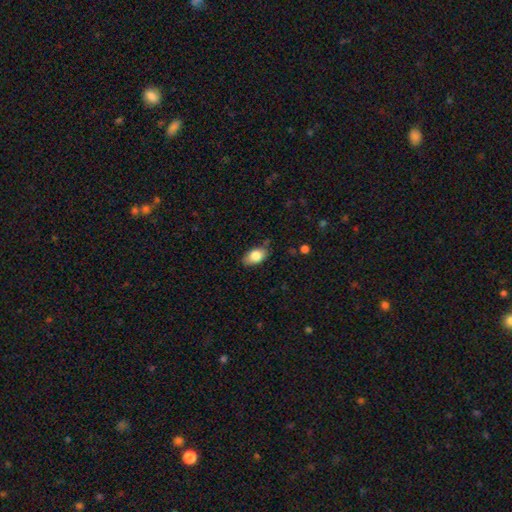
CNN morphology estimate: smooth-or-featured: smooth: 83% | featured or disk: 10% | star or artifact: 7%
  how-rounded: in between: 90% | round: 8% | cigar-shaped: 2%
  merging: none: 77% | minor disturbance: 18% | major disturbance: 3% | merger: 2%